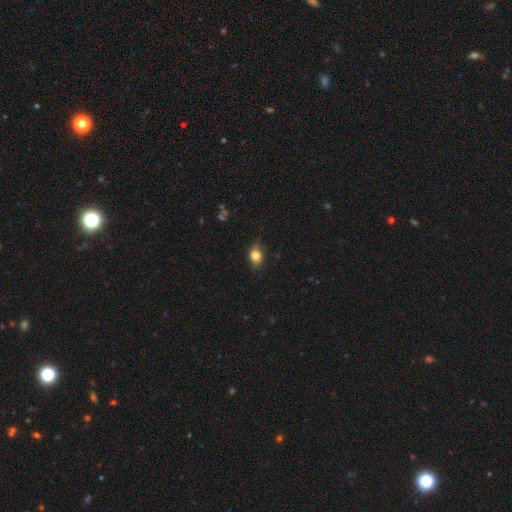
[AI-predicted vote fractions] smooth_or_featured: smooth (p=0.79) [alt: featured or disk p=0.11]
how_rounded: in between (p=0.58) [alt: round p=0.40]
merging: none (p=0.70) [alt: minor disturbance p=0.24]